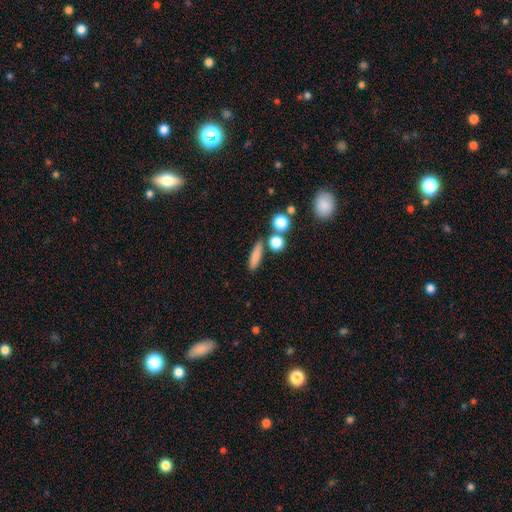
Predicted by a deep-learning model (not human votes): Smooth or featured: smooth — 81% (featured or disk — 10%)
How rounded: cigar-shaped — 64% (in between — 27%)
Merging: none — 77% (minor disturbance — 10%)